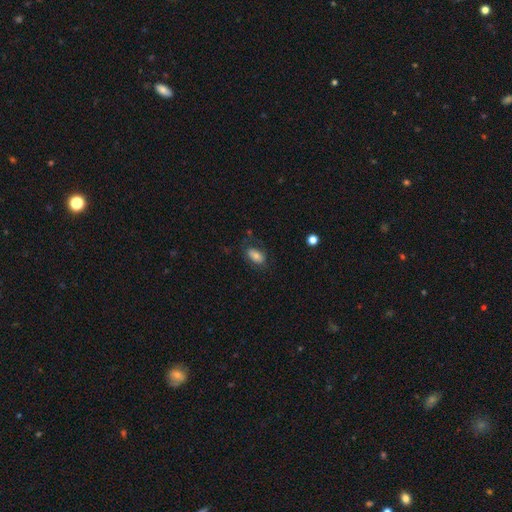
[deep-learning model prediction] Morphology: type=smooth (71%); roundness=in between (90%); merging=none (68%).